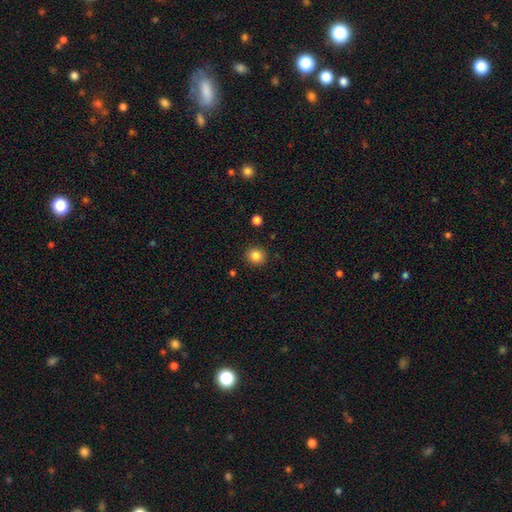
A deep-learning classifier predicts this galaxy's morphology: This appears to be a smooth galaxy with no disk features (85%) that is round (90%). Merging: none (91%).